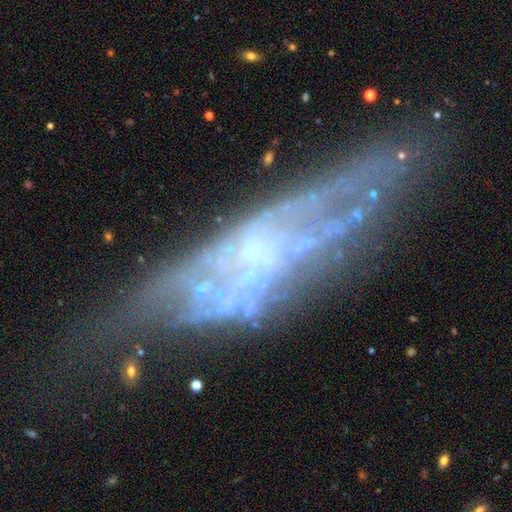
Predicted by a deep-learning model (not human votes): smooth-or-featured: featured or disk: 70% | smooth: 17% | star or artifact: 13%
  disk-edge-on: no: 61% | yes: 39%
  merging: none: 48% | minor disturbance: 23% | major disturbance: 22% | merger: 7%